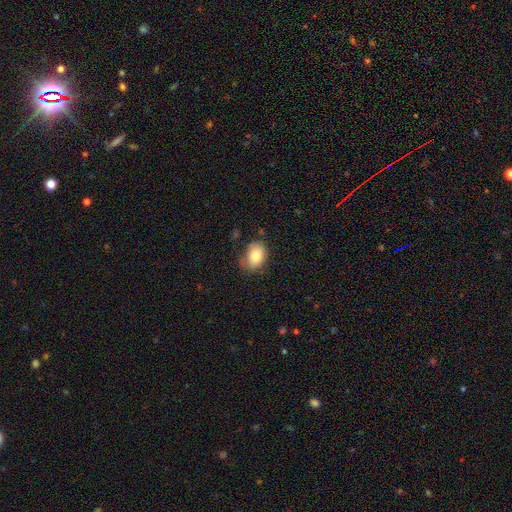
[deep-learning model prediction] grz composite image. It shows a smooth galaxy with no disk features (83%) that is in between round and cigar-shaped (81%). Merging: none (66%).